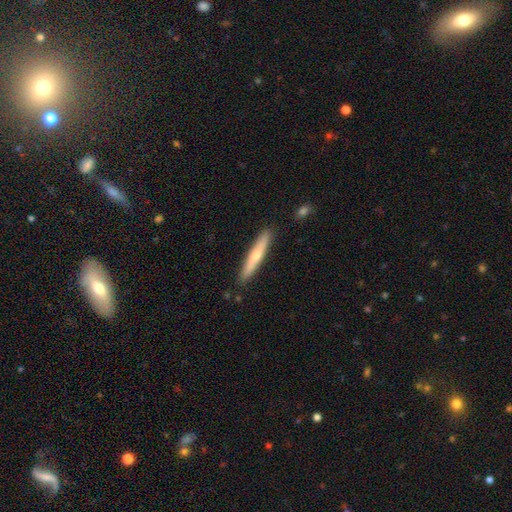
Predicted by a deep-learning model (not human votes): Overall: smooth (55%; featured or disk 40%). How rounded: cigar-shaped (94%). Merging: none (89%).